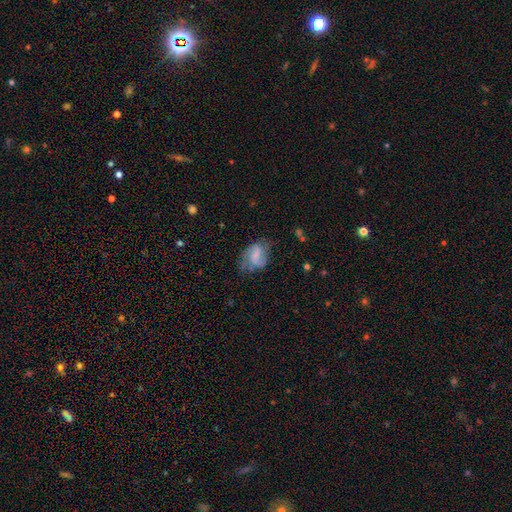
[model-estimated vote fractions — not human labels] A featured or disk galaxy (58%) with a weak bar (48%), spiral arms (82%) and no central bulge (43%).

Vote fractions:
- Smooth or featured? featured or disk: 58% / smooth: 33% / star or artifact: 8%
- Edge-on disk? no: 97% / yes: 3%
- Bar? weak: 48% / no: 32% / strong: 20%
- Spiral arms? yes: 82% / no: 18%
- Bulge size? none: 43% / small: 32% / moderate: 19% / large: 5% / dominant: 1%
- Merging? none: 45% / minor disturbance: 29% / major disturbance: 22% / merger: 3%